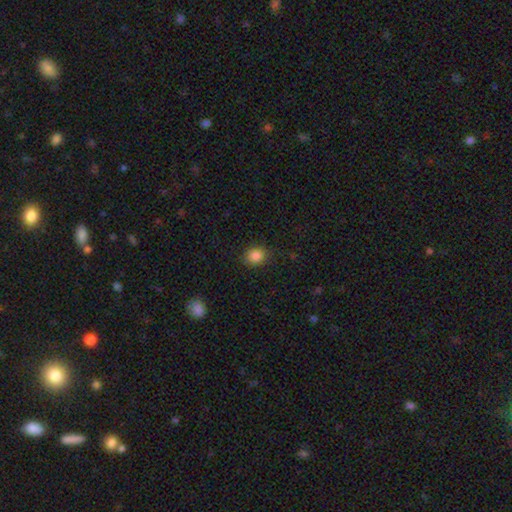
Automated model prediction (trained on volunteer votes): smooth_or_featured: smooth (p=0.86) [alt: star or artifact p=0.10]
how_rounded: round (p=0.56) [alt: in between p=0.43]
merging: none (p=0.84) [alt: minor disturbance p=0.11]